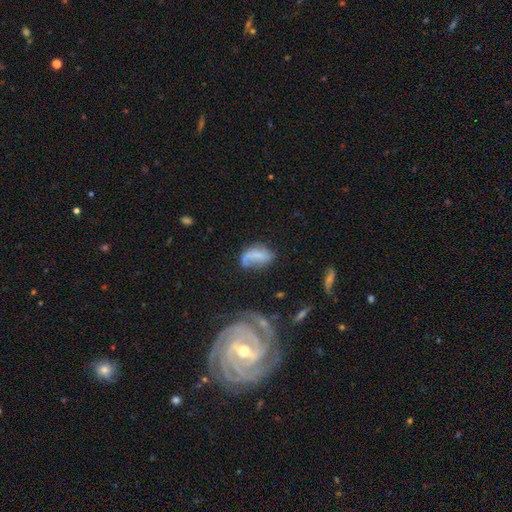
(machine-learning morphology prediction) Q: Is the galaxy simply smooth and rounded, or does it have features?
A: smooth — 56%.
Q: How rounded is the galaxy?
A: in between — 89%.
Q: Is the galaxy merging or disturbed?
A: none — 37%.